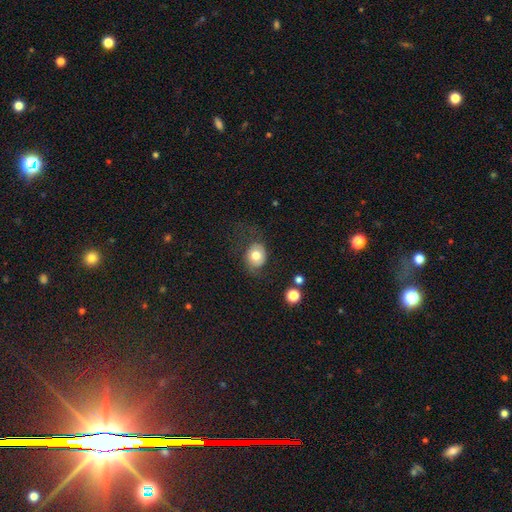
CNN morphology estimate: A smooth galaxy with no disk features (71%) that is round (51%). Merging: none (58%).